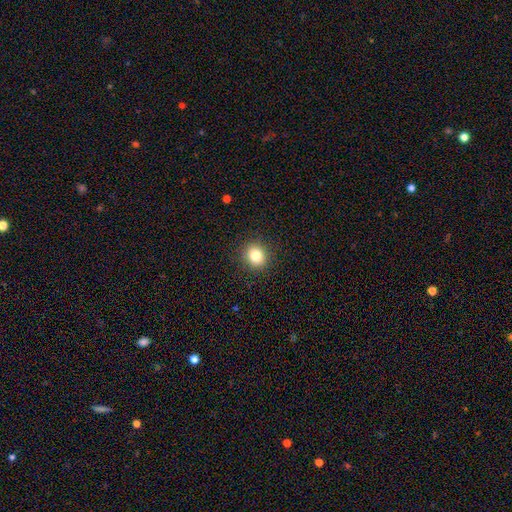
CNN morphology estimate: Q: Smooth or featured?
A: smooth (82%); runner-up: star or artifact (12%)
Q: How rounded?
A: round (82%); runner-up: in between (17%)
Q: Merging?
A: none (91%); runner-up: minor disturbance (6%)